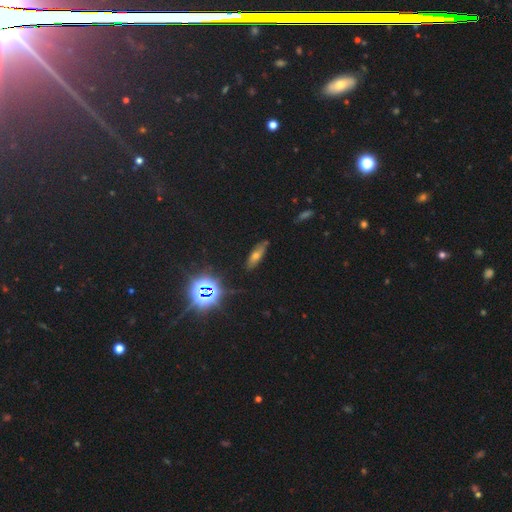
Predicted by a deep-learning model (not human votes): This is possibly a smooth galaxy (48%). Merging: clearly none (80%).